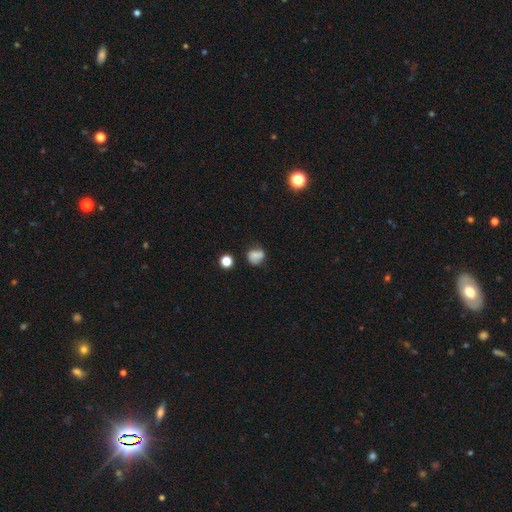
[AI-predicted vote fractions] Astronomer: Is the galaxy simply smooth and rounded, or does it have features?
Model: smooth — 68%.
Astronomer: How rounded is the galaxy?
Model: round — 66%.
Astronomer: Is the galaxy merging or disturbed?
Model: none — 51%.